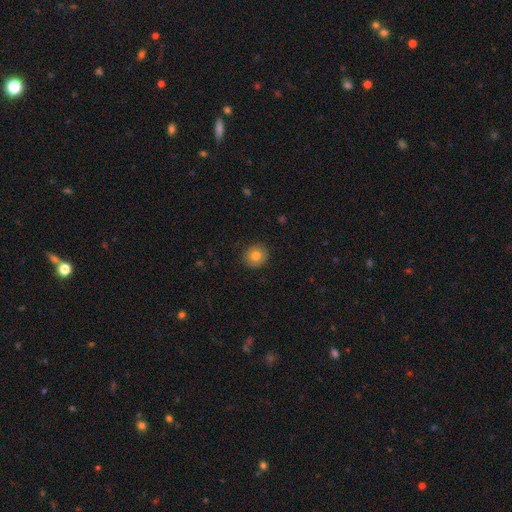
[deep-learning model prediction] The model was most divided on "smooth or featured": smooth: 79%, featured or disk: 11%, star or artifact: 10%. More confident: merging — none (89%); how rounded — round (88%).